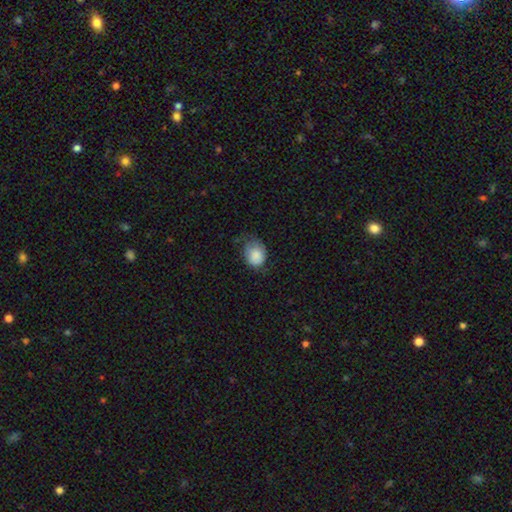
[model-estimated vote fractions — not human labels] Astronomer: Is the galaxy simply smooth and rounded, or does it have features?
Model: smooth — 83%.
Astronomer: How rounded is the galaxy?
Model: in between — 52% (runner-up: round, 47%).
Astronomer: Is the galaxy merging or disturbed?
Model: none — 41% (runner-up: minor disturbance, 38%).